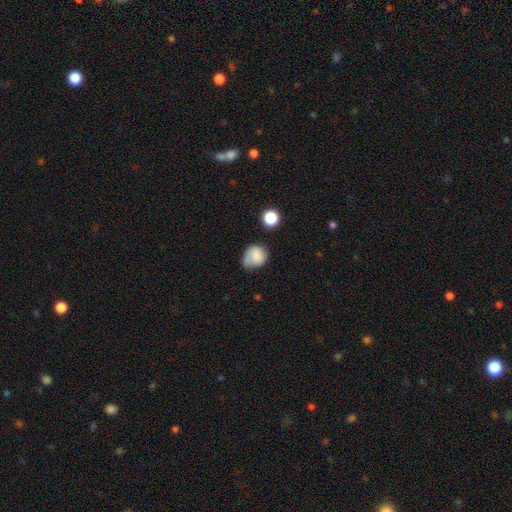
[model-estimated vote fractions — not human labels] smooth_or_featured: smooth (p=0.79) [alt: featured or disk p=0.11]
how_rounded: round (p=0.65) [alt: in between p=0.34]
merging: none (p=0.50) [alt: minor disturbance p=0.34]